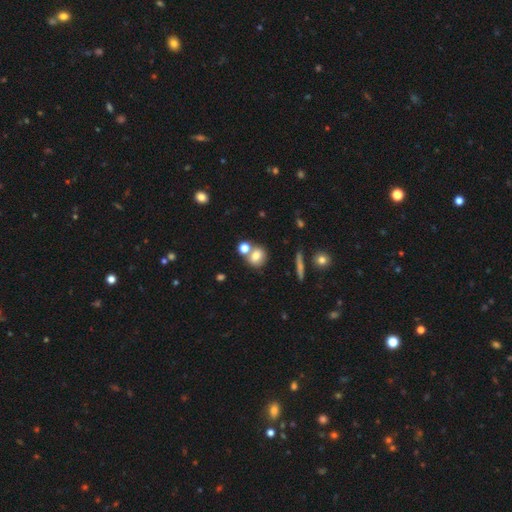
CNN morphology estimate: type=smooth (75%); roundness=round (65%); merging=none (55%).